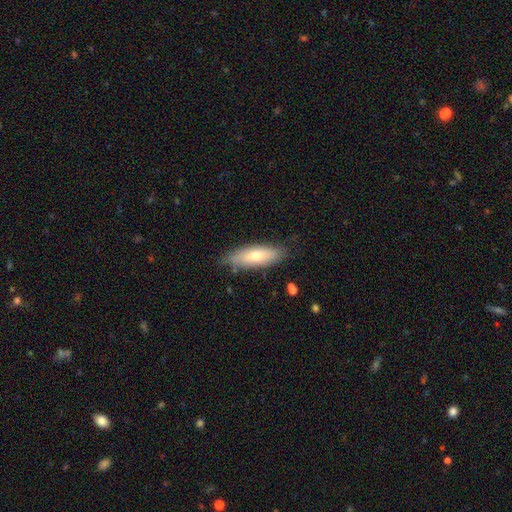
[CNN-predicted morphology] A smooth galaxy with no disk features (67%) that is in between round and cigar-shaped (60%).

Vote fractions:
- Smooth or featured? smooth: 67% / featured or disk: 26% / star or artifact: 6%
- How rounded? in between: 60% / cigar-shaped: 38% / round: 2%
- Merging? none: 78% / minor disturbance: 17% / major disturbance: 3% / merger: 2%